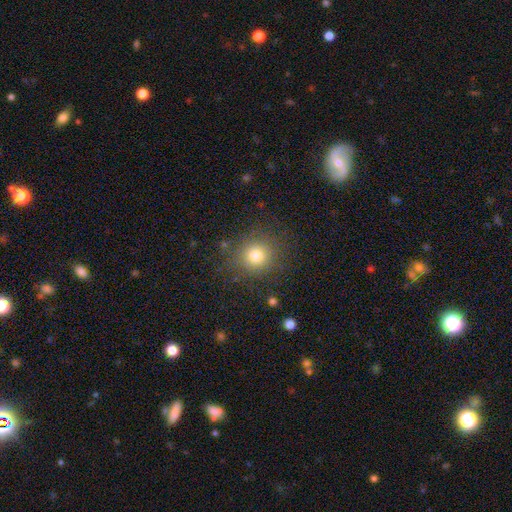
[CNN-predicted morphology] Smooth or featured: smooth — 78% (star or artifact — 14%)
How rounded: round — 90% (in between — 9%)
Merging: none — 84% (minor disturbance — 9%)